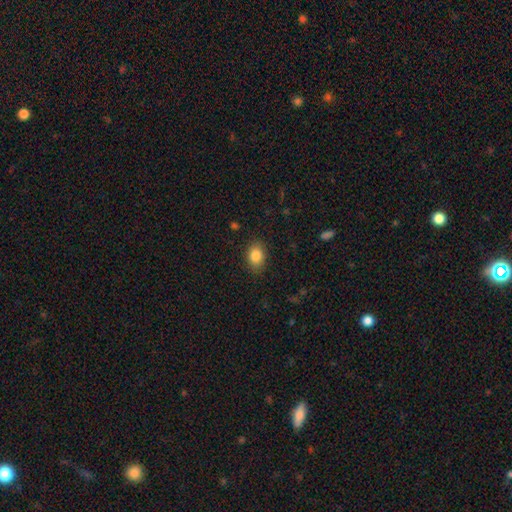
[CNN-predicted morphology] Smooth or featured: smooth — 85% (star or artifact — 9%)
How rounded: in between — 71% (round — 28%)
Merging: none — 86% (minor disturbance — 10%)